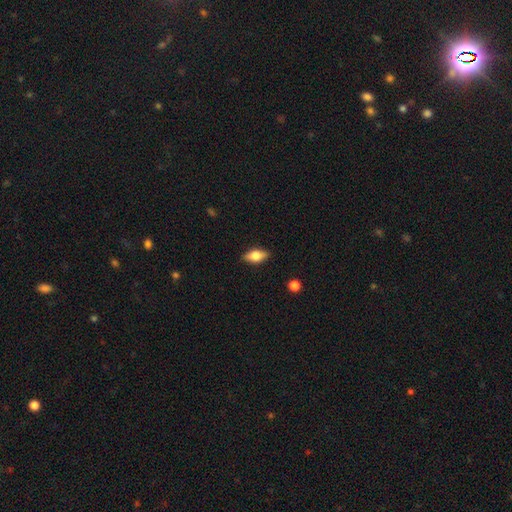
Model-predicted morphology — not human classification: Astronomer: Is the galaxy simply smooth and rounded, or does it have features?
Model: smooth — 64%.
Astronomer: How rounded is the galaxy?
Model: in between — 84%.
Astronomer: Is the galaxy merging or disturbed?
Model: none — 87%.